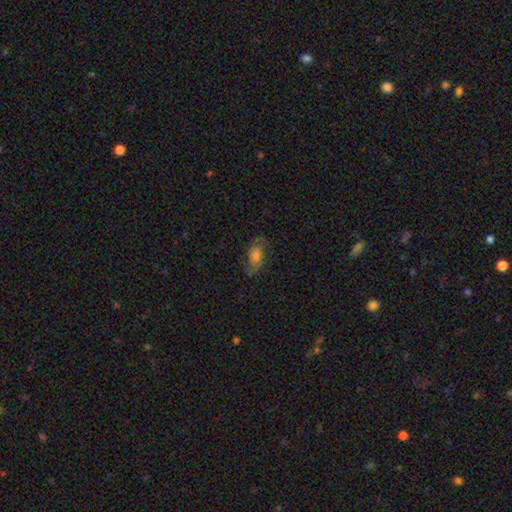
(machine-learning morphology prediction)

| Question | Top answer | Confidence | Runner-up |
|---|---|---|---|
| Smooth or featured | featured or disk | 56% | smooth (32%) |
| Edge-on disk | no | 94% | yes (6%) |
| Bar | no | 62% | weak (31%) |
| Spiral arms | yes | 88% | no (12%) |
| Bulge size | moderate | 41% | large (27%) |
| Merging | none | 75% | minor disturbance (16%) |